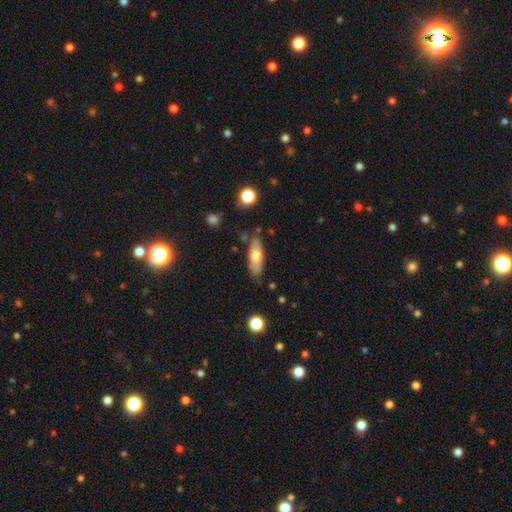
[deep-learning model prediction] A smooth galaxy with no disk features (62%) that is in between round and cigar-shaped (62%).

Vote fractions:
- Smooth or featured? smooth: 62% / featured or disk: 32% / star or artifact: 6%
- How rounded? in between: 62% / cigar-shaped: 35% / round: 3%
- Merging? none: 75% / minor disturbance: 17% / merger: 4% / major disturbance: 4%